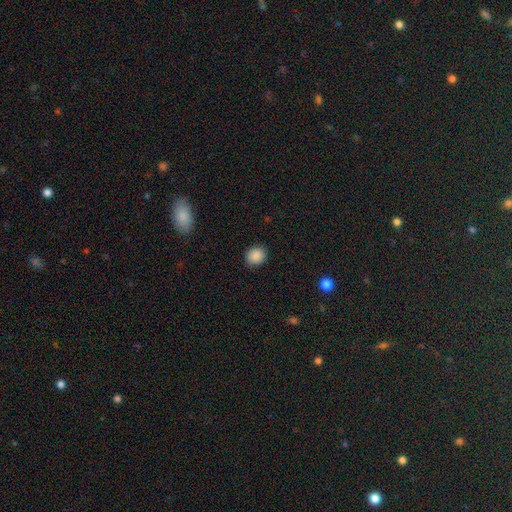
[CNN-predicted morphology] Smooth or featured?
  - smooth: 88% *
  - star or artifact: 9%
  - featured or disk: 3%
How rounded?
  - round: 74% *
  - in between: 25%
  - cigar-shaped: 1%
Merging?
  - none: 88% *
  - minor disturbance: 9%
  - major disturbance: 2%
  - merger: 1%